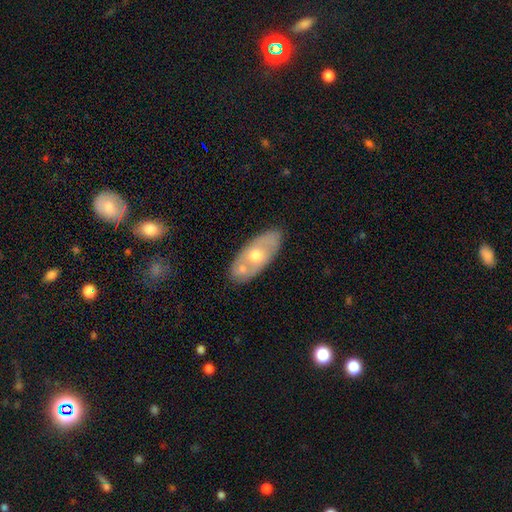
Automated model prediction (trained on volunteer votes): Smooth or featured? smooth (50%)
Merging? none (62%)